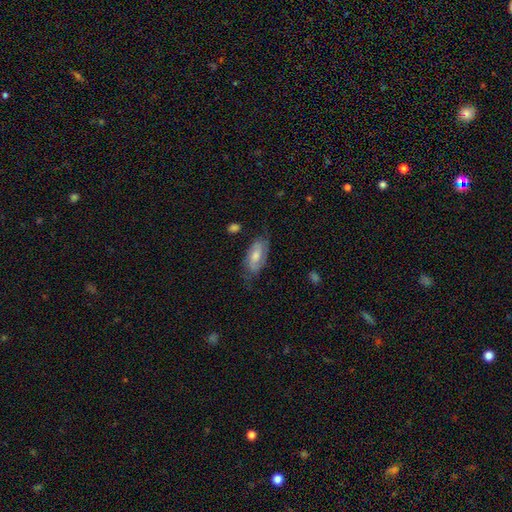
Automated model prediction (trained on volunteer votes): Overall: featured or disk (52%; smooth 42%). Edge-on disk: no (91%). Merging: none (64%; minor disturbance 25%).